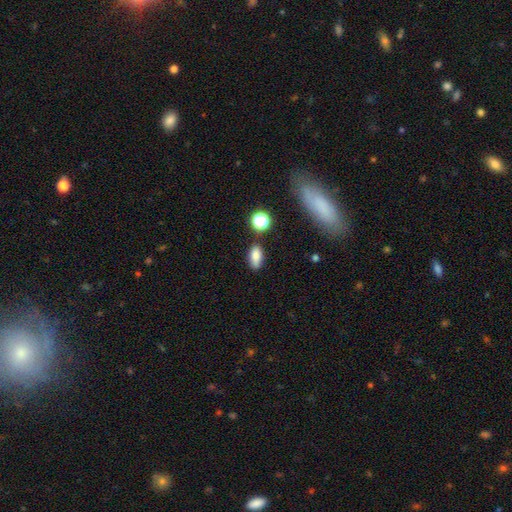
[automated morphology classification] Q: Smooth or featured?
A: smooth (81%); runner-up: star or artifact (12%)
Q: How rounded?
A: in between (85%); runner-up: round (8%)
Q: Merging?
A: none (79%); runner-up: minor disturbance (13%)